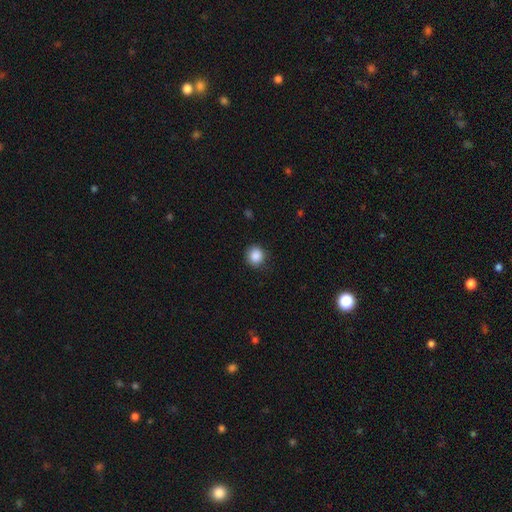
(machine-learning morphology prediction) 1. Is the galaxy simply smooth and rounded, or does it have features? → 88% smooth, 9% star or artifact, 3% featured or disk.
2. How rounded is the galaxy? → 85% round, 14% in between, 1% cigar-shaped.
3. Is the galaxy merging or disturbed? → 85% none, 11% minor disturbance, 3% major disturbance, 1% merger.